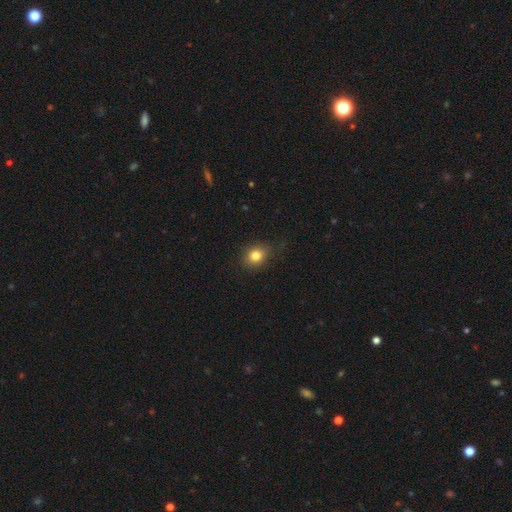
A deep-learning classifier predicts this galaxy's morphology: smooth 82%, star or artifact 11%, featured or disk 7%. Down the decision tree: how rounded — round (59%); merging — none (82%).